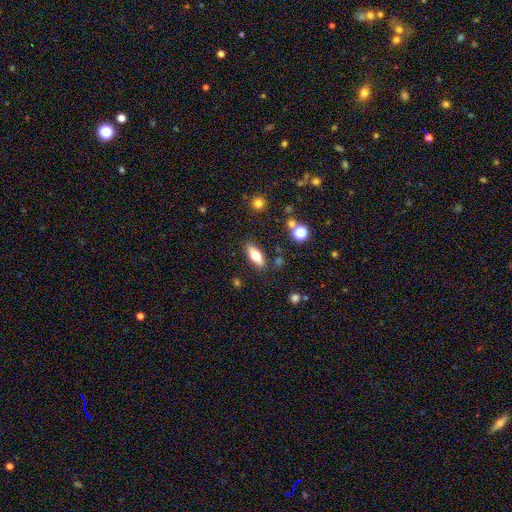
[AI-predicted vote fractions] Overall: smooth (65%; featured or disk 27%). How rounded: in between (67%; cigar-shaped 29%). Merging: none (85%).